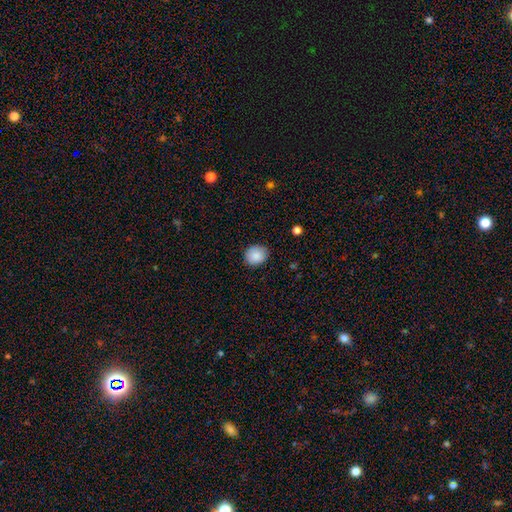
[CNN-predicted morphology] Smooth or featured?
  - smooth: 88% *
  - star or artifact: 8%
  - featured or disk: 4%
How rounded?
  - round: 72% *
  - in between: 27%
  - cigar-shaped: 1%
Merging?
  - none: 84% *
  - minor disturbance: 12%
  - major disturbance: 2%
  - merger: 1%